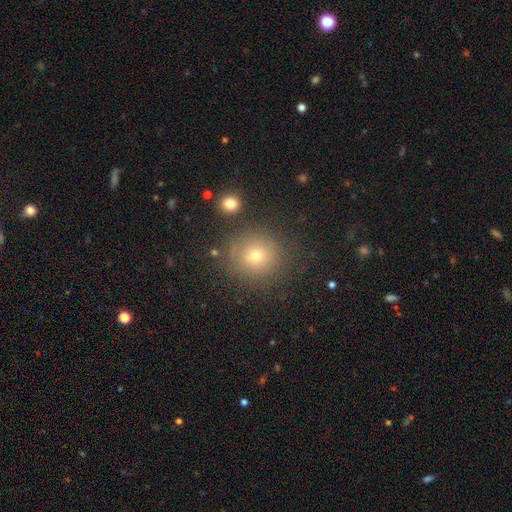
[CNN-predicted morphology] Overall: smooth (70%). How rounded: round (89%). Merging: none (82%).